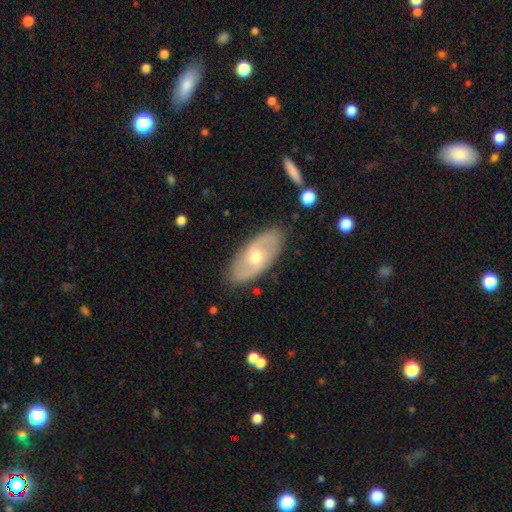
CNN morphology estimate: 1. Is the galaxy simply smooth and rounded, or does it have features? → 61% featured or disk, 33% smooth, 6% star or artifact.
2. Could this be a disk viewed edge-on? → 87% no, 13% yes.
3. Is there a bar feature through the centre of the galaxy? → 59% no, 33% weak, 8% strong.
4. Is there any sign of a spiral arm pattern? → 67% yes, 33% no.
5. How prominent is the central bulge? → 62% moderate, 34% small, 3% large, 1% none, 1% dominant.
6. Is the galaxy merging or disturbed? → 84% none, 11% minor disturbance, 3% major disturbance, 1% merger.